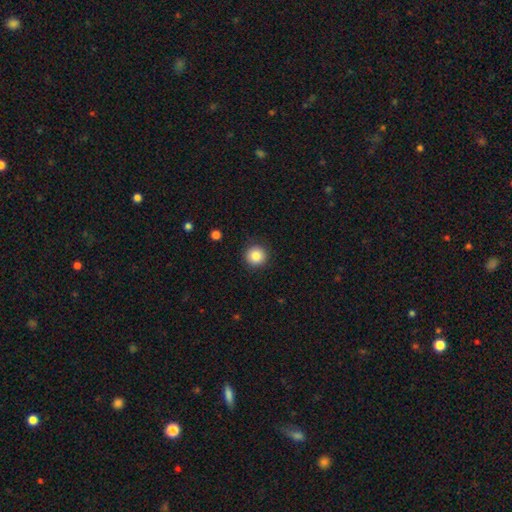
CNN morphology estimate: smooth-or-featured: smooth: 85% | star or artifact: 10% | featured or disk: 6%
  how-rounded: round: 95% | in between: 4% | cigar-shaped: 1%
  merging: none: 91% | minor disturbance: 6% | major disturbance: 2% | merger: 1%